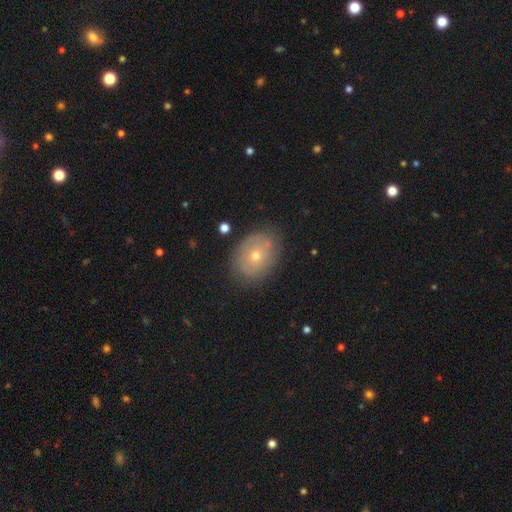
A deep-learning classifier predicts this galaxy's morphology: The model was most divided on "smooth or featured": featured or disk: 46%, smooth: 44%, star or artifact: 10%. More confident: merging — none (79%).